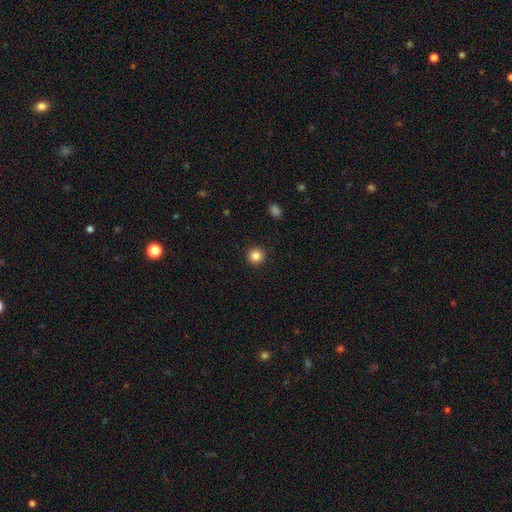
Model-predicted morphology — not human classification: smooth_or_featured: smooth (p=0.85) [alt: star or artifact p=0.11]
how_rounded: round (p=0.94) [alt: in between p=0.05]
merging: none (p=0.92) [alt: minor disturbance p=0.05]